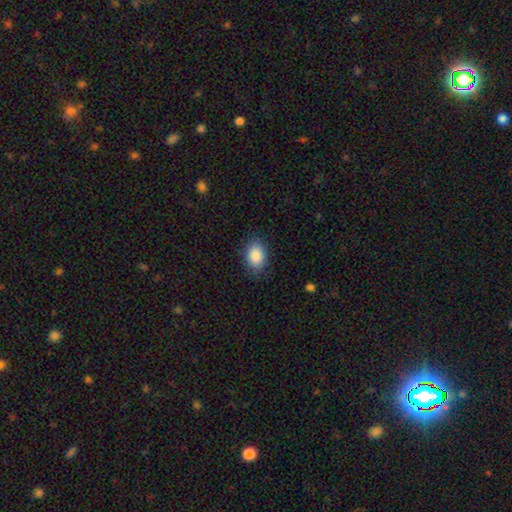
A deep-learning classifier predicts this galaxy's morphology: smooth 89%, star or artifact 7%, featured or disk 4%. Down the decision tree: how rounded — in between (81%); merging — none (83%).